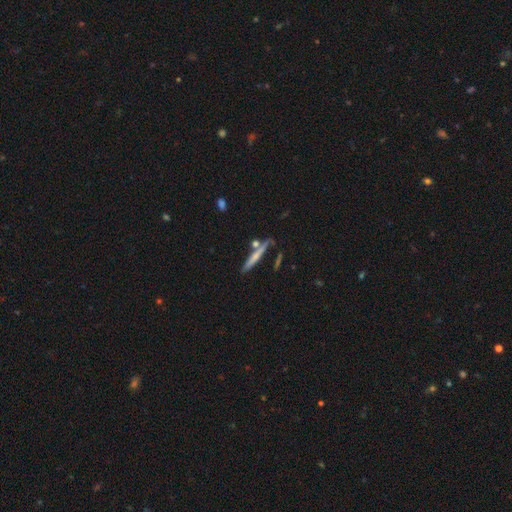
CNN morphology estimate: Q: Smooth or featured?
A: smooth (53%); runner-up: featured or disk (40%)
Q: How rounded?
A: cigar-shaped (93%); runner-up: in between (5%)
Q: Merging?
A: none (74%); runner-up: merger (12%)